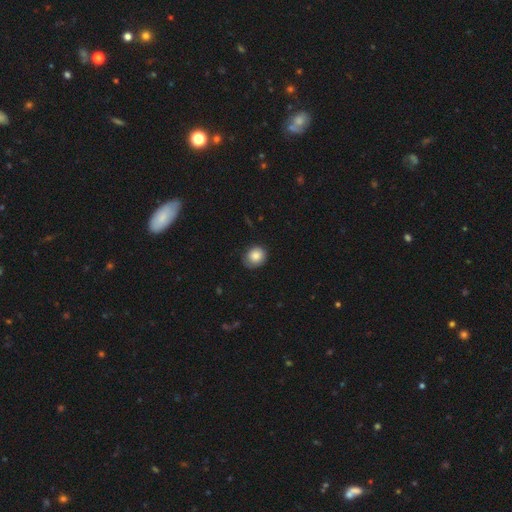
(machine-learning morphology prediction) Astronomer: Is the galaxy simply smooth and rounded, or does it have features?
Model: smooth — 84%.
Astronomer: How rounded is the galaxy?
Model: round — 75%.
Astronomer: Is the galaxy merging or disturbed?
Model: none — 74%.